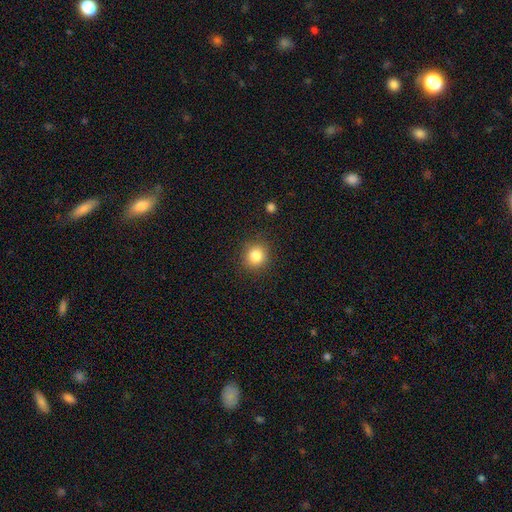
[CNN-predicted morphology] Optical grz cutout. It shows a smooth galaxy with no disk features (84%) that is round (88%). Merging: none (89%).